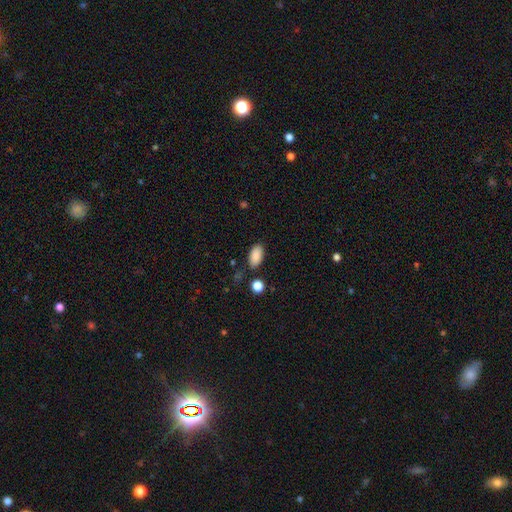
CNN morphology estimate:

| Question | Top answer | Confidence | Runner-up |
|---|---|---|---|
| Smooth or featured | smooth | 89% | star or artifact (7%) |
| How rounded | in between | 93% | round (4%) |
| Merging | none | 81% | minor disturbance (12%) |